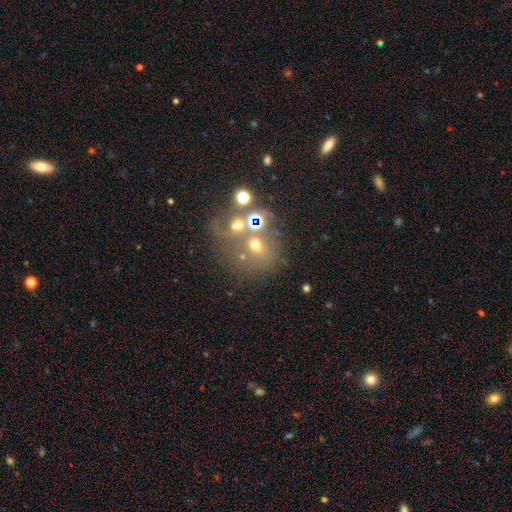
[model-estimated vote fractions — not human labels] smooth-or-featured: star or artifact: 48% | smooth: 30% | featured or disk: 23%